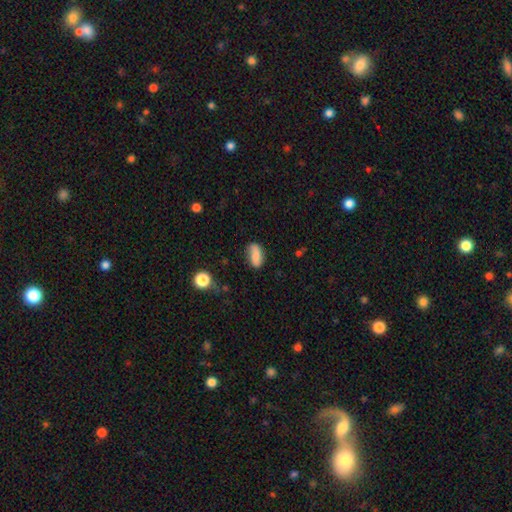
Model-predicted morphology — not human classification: Overall: smooth (63%; featured or disk 27%). How rounded: in between (86%). Merging: none (66%).